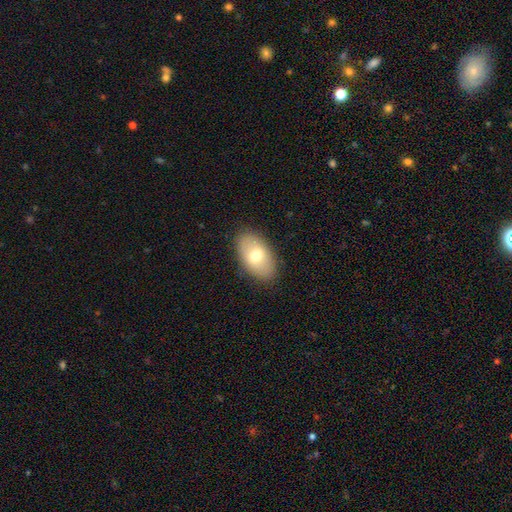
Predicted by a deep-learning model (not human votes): smooth 70%, featured or disk 23%, star or artifact 7%. Down the decision tree: how rounded — in between (93%); merging — none (87%).